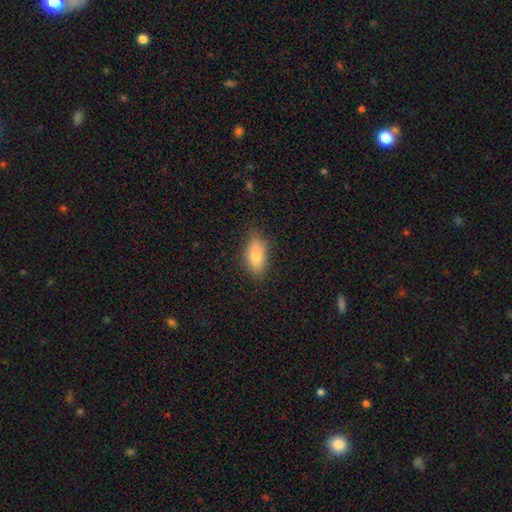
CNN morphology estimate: The model was most divided on "merging": none: 81%, minor disturbance: 15%, major disturbance: 3%, merger: 1%. More confident: how rounded — in between (86%); smooth or featured — smooth (80%).